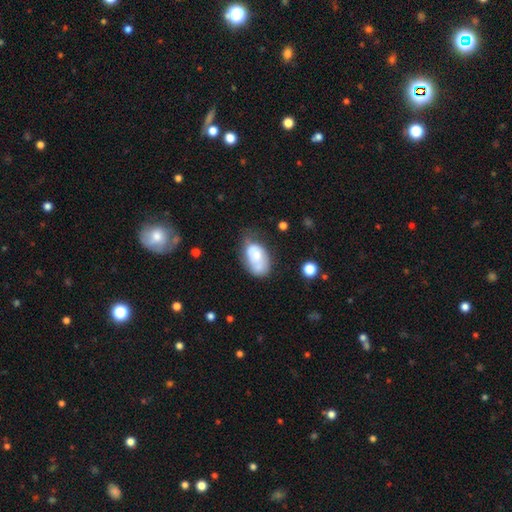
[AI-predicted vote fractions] smooth 59%, featured or disk 33%, star or artifact 7%. Down the decision tree: how rounded — in between (90%); merging — none (41%).